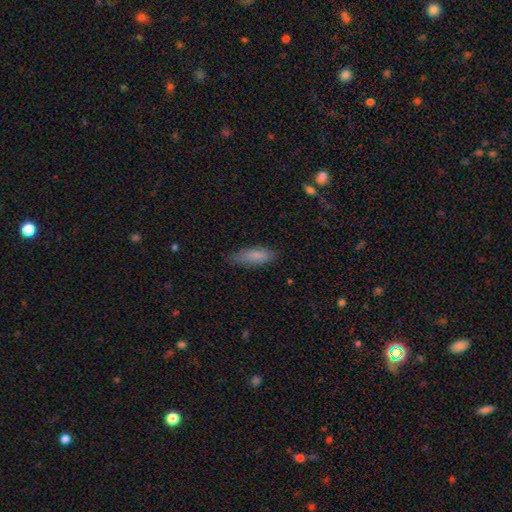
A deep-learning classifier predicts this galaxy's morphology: Smooth or featured: smooth — 81% (featured or disk — 12%)
How rounded: in between — 64% (cigar-shaped — 34%)
Merging: none — 70% (minor disturbance — 24%)